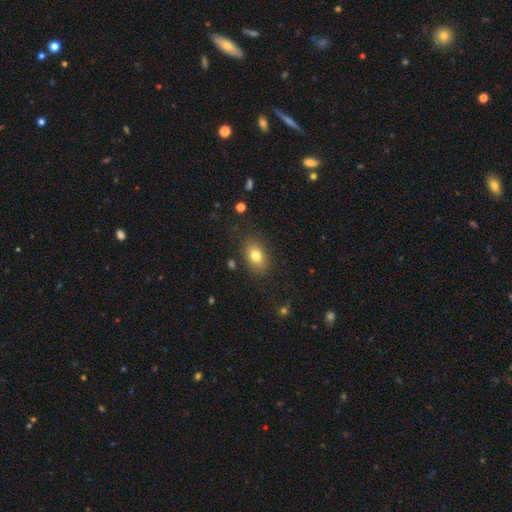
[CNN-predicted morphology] Smooth or featured: smooth — 78% (featured or disk — 12%)
How rounded: in between — 81% (round — 17%)
Merging: none — 83% (minor disturbance — 12%)